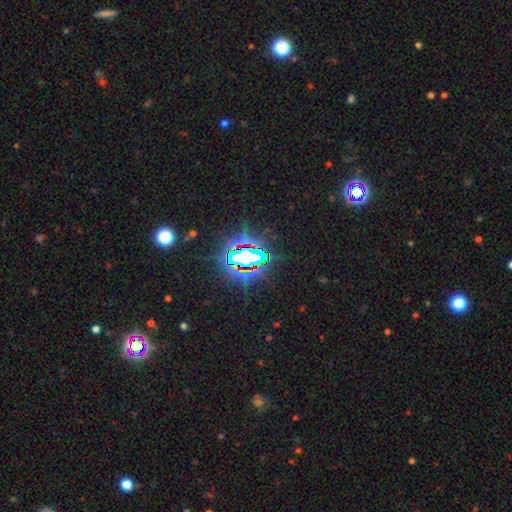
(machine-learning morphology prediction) Smooth or featured: star or artifact — 83% (smooth — 10%)